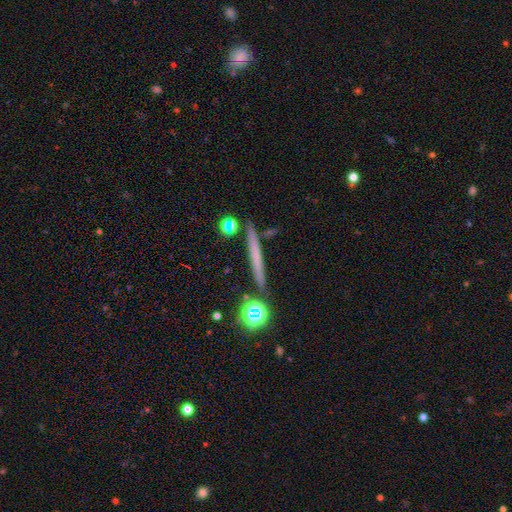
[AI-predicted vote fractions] A smooth galaxy with no disk features (48%).

Vote fractions:
- Smooth or featured? smooth: 48% / featured or disk: 40% / star or artifact: 12%
- Merging? none: 85% / minor disturbance: 8% / merger: 4% / major disturbance: 2%